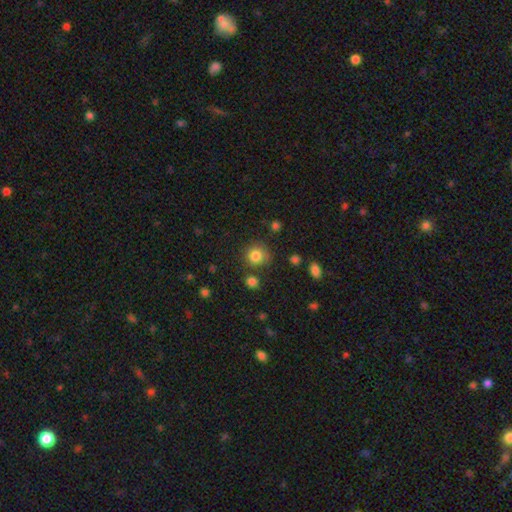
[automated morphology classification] smooth 83%, star or artifact 11%, featured or disk 6%. Down the decision tree: how rounded — round (87%); merging — none (74%).